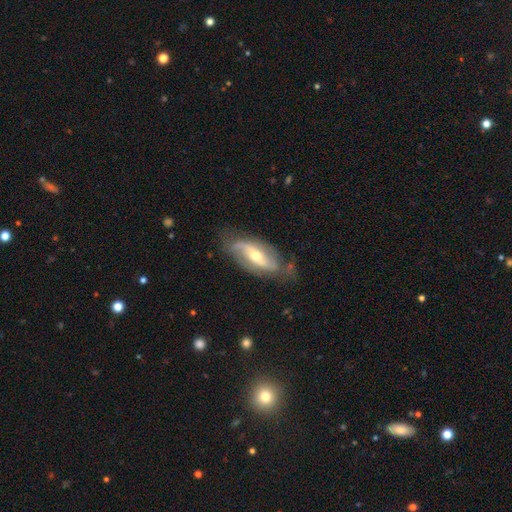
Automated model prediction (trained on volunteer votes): Q: Smooth or featured?
A: featured or disk (80%); runner-up: smooth (14%)
Q: Edge-on disk?
A: no (90%); runner-up: yes (10%)
Q: Bar?
A: strong (35%); runner-up: weak (33%)
Q: Spiral arms?
A: yes (89%); runner-up: no (11%)
Q: Spiral winding?
A: loose (44%); runner-up: medium (37%)
Q: Spiral arm count?
A: 2 (84%); runner-up: can't tell (8%)
Q: Bulge size?
A: moderate (54%); runner-up: small (42%)
Q: Merging?
A: none (69%); runner-up: minor disturbance (21%)